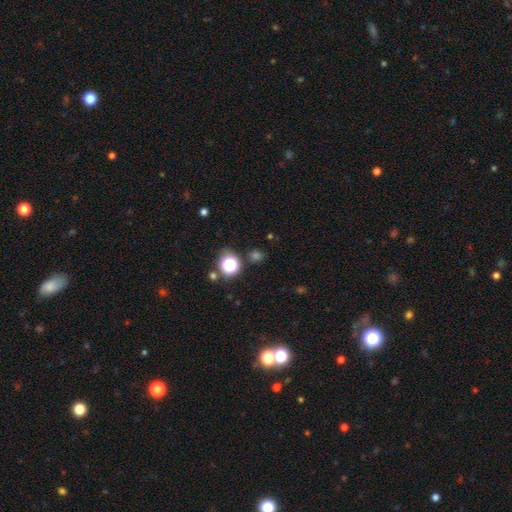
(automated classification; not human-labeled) Smooth or featured: smooth — 48% (star or artifact — 46%)
Merging: none — 82% (minor disturbance — 9%)